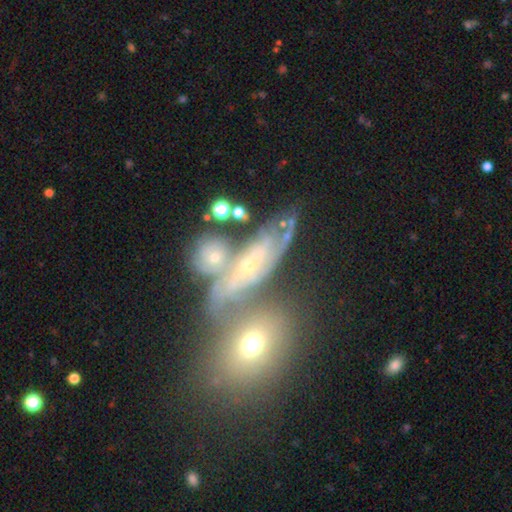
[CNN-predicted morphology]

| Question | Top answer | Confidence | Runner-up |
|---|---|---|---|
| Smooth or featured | featured or disk | 67% | smooth (21%) |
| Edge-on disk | no | 85% | yes (15%) |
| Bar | no | 59% | weak (27%) |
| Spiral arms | yes | 79% | no (21%) |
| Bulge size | small | 73% | moderate (21%) |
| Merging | none | 39% | merger (34%) |